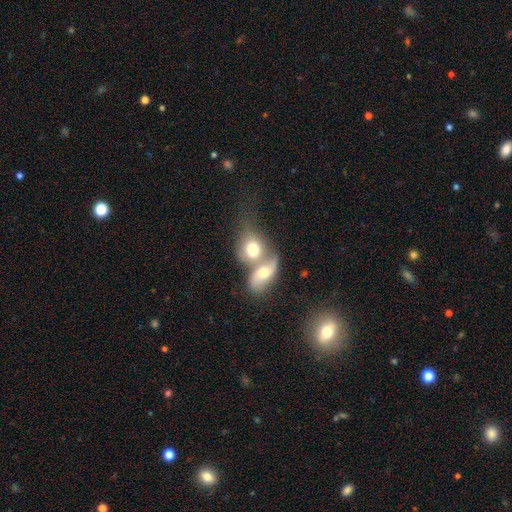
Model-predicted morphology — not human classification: The model was most divided on "smooth or featured": smooth: 49%, featured or disk: 40%, star or artifact: 12%. More confident: merging — merger (70%).